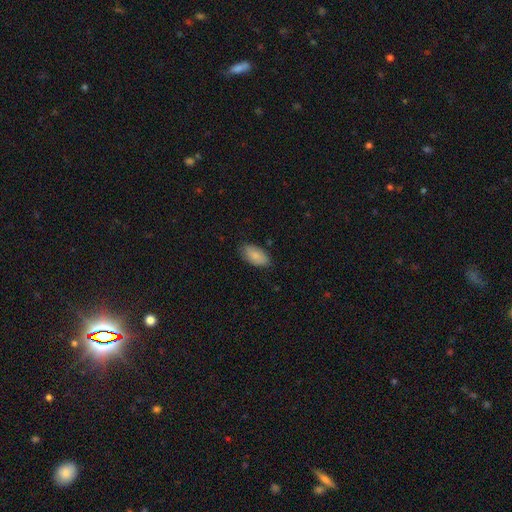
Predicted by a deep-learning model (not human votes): Morphology: type=smooth (85%); roundness=in between (94%); merging=none (81%).